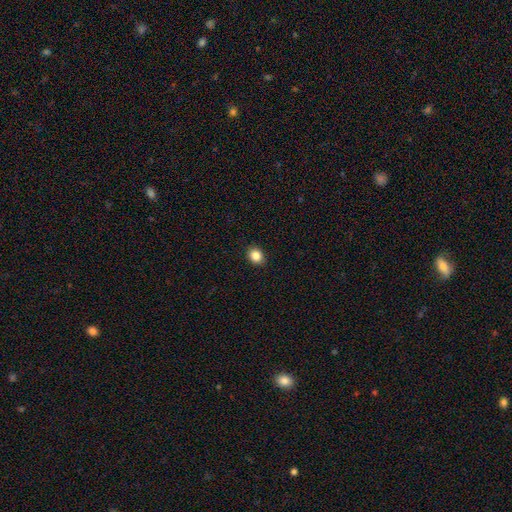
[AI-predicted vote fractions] smooth-or-featured: smooth: 86% | star or artifact: 9% | featured or disk: 4%
  how-rounded: round: 53% | in between: 46% | cigar-shaped: 1%
  merging: none: 90% | minor disturbance: 7% | major disturbance: 2% | merger: 1%